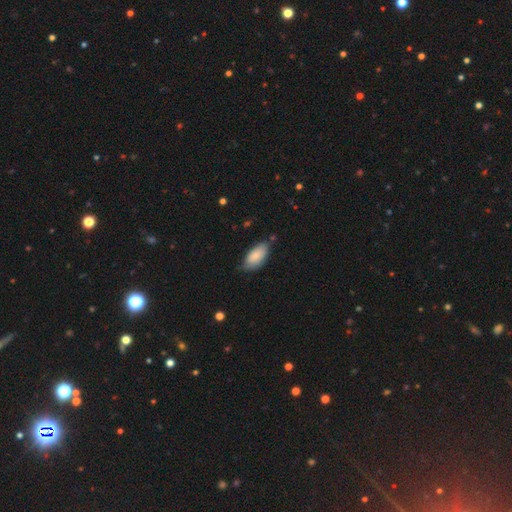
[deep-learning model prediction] The model was most divided on "merging": none: 66%, minor disturbance: 28%, major disturbance: 4%, merger: 2%. More confident: how rounded — in between (92%); smooth or featured — smooth (84%).